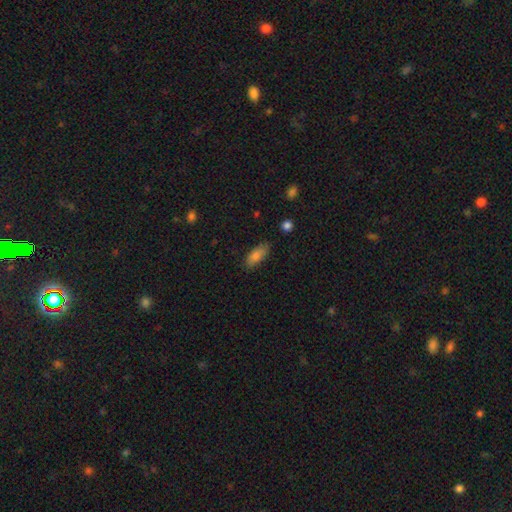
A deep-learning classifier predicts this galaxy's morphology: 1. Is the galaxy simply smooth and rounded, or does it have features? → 82% smooth, 10% featured or disk, 7% star or artifact.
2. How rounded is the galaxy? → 78% in between, 20% cigar-shaped, 2% round.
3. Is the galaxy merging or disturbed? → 77% none, 17% minor disturbance, 4% major disturbance, 2% merger.